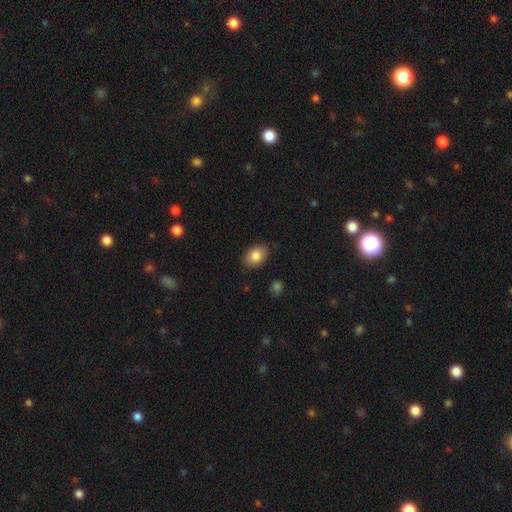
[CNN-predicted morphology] Smooth or featured? smooth (84%)
How rounded? in between (75%)
Merging? none (83%)